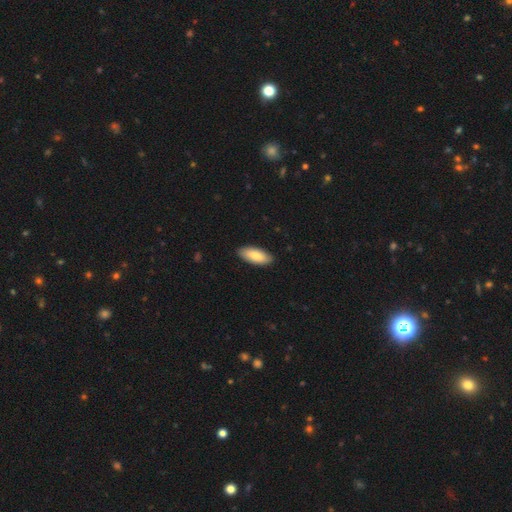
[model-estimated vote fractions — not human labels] This appears to be a smooth galaxy with no disk features (84%) that is in between round and cigar-shaped (87%). Merging: none (89%).